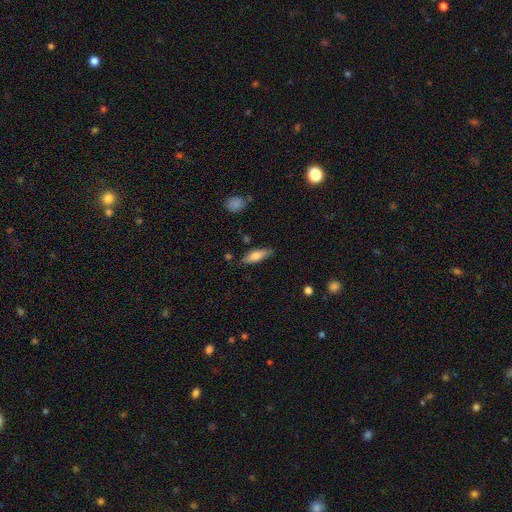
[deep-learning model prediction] Overall: smooth (71%). How rounded: in between (57%; cigar-shaped 40%). Merging: none (77%).